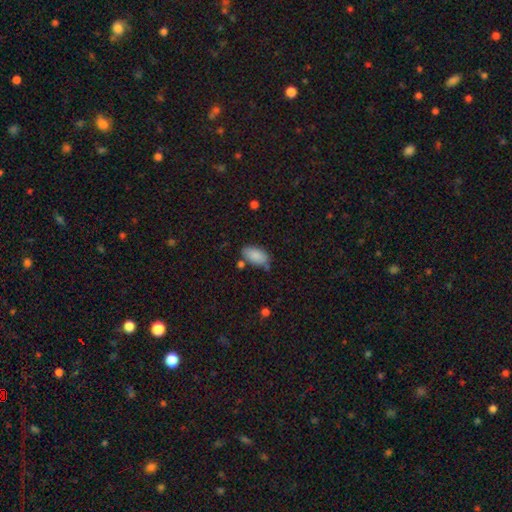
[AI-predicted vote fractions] smooth-or-featured: smooth: 88% | star or artifact: 7% | featured or disk: 5%
  how-rounded: in between: 94% | cigar-shaped: 4% | round: 3%
  merging: none: 69% | minor disturbance: 19% | merger: 8% | major disturbance: 4%